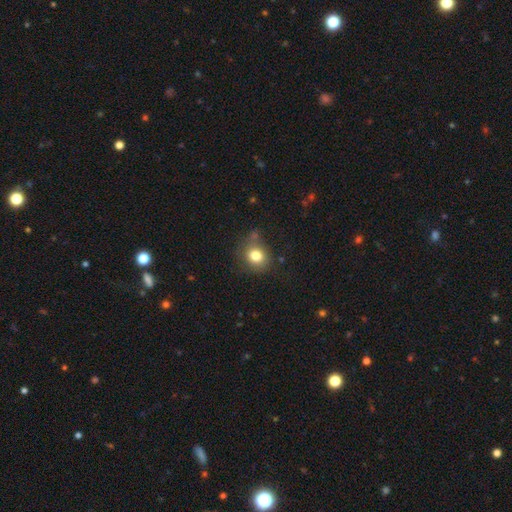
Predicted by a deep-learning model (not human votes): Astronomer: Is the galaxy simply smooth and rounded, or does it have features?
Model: smooth — 80%.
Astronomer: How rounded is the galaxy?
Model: round — 72%.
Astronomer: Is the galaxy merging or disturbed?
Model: none — 68%.